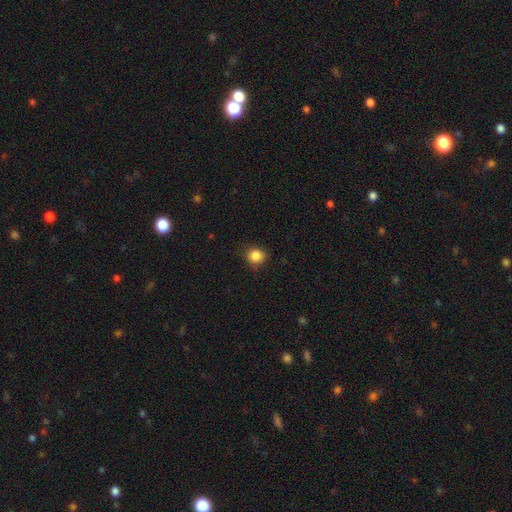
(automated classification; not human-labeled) smooth 85%, star or artifact 11%, featured or disk 4%. Down the decision tree: how rounded — round (83%); merging — none (83%).